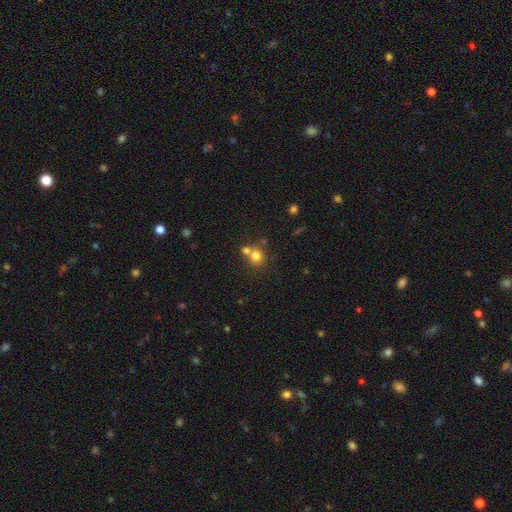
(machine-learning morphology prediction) smooth-or-featured: smooth: 76% | star or artifact: 14% | featured or disk: 10%
  how-rounded: round: 85% | in between: 14% | cigar-shaped: 1%
  merging: none: 48% | merger: 42% | minor disturbance: 7% | major disturbance: 3%